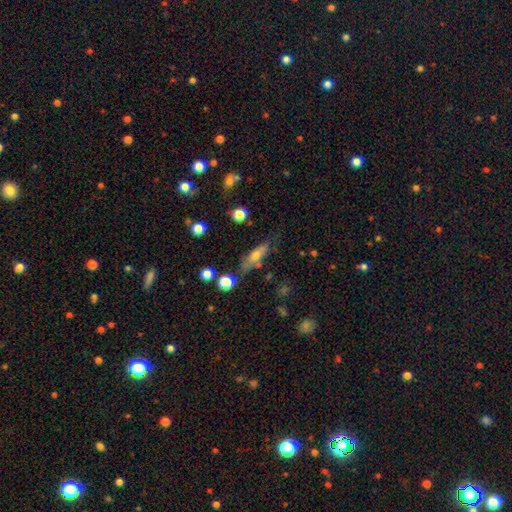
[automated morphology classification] This is likely a smooth galaxy (62%). How rounded: possibly cigar-shaped (54%). Merging: likely none (63%).